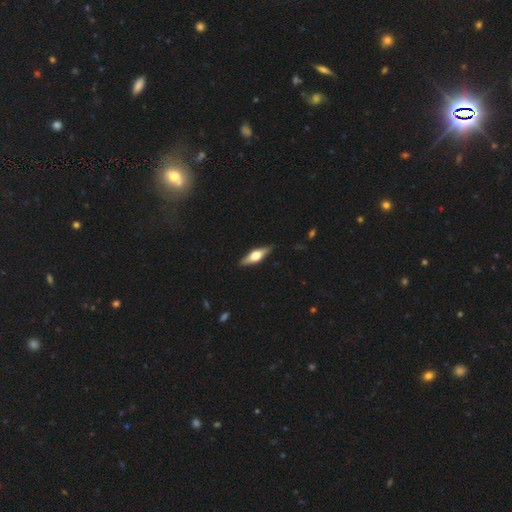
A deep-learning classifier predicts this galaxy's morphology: A featured or disk galaxy (57%) viewed edge-on (93%) with a rounded central bulge (93%).

Vote fractions:
- Smooth or featured? featured or disk: 57% / smooth: 38% / star or artifact: 6%
- Edge-on disk? yes: 93% / no: 7%
- Edge-on bulge? rounded: 93% / boxy: 5% / none: 2%
- Merging? none: 88% / minor disturbance: 9% / major disturbance: 2% / merger: 1%